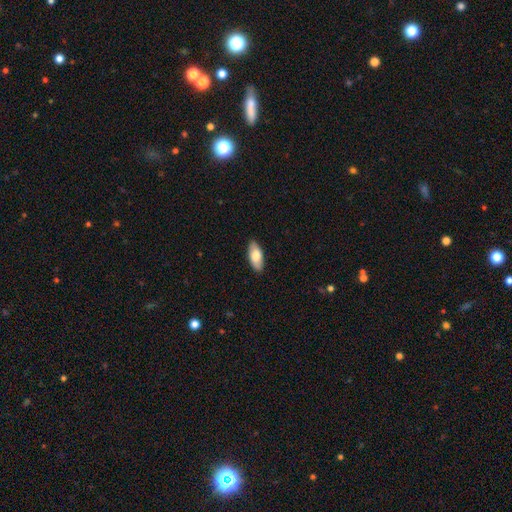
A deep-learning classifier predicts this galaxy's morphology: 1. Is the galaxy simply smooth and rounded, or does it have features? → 77% smooth, 18% featured or disk, 6% star or artifact.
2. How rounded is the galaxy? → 88% in between, 10% cigar-shaped, 2% round.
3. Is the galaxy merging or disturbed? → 88% none, 9% minor disturbance, 2% major disturbance, 1% merger.